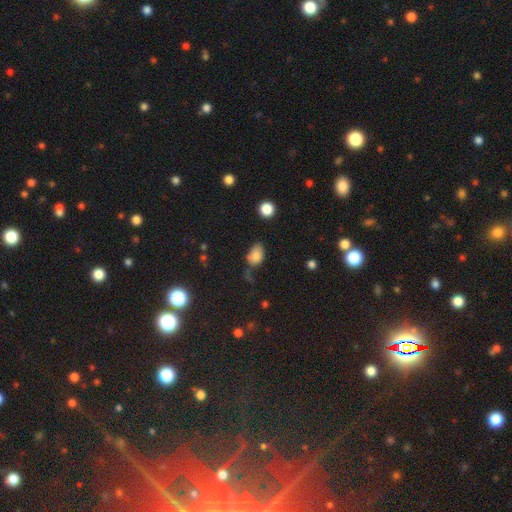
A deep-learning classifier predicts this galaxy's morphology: type=smooth (78%); roundness=in between (80%); merging=none (48%).